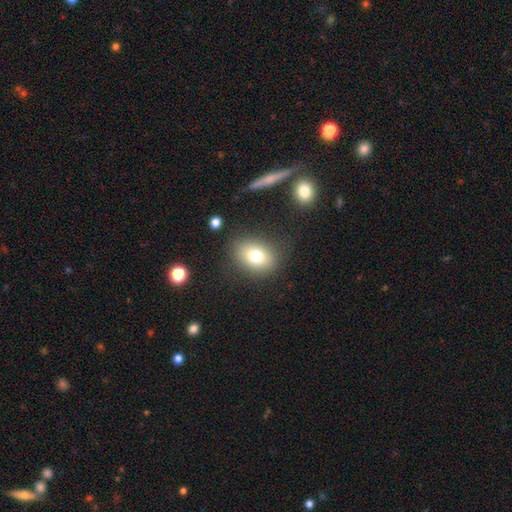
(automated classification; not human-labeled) Smooth or featured?
  - smooth: 75% *
  - featured or disk: 13%
  - star or artifact: 12%
How rounded?
  - in between: 59% *
  - round: 40%
  - cigar-shaped: 1%
Merging?
  - none: 82% *
  - minor disturbance: 11%
  - major disturbance: 5%
  - merger: 2%